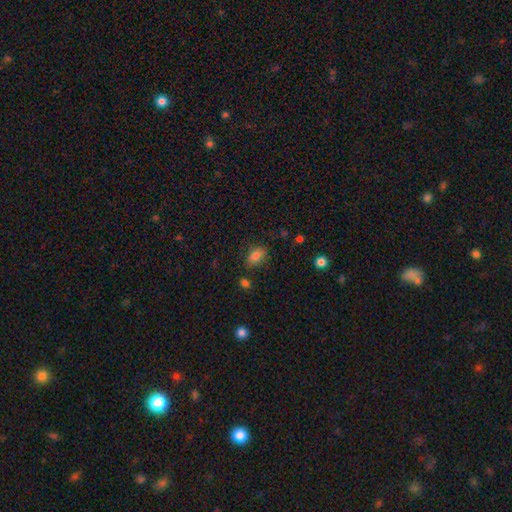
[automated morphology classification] Overall: smooth (83%). How rounded: in between (86%). Merging: none (75%).